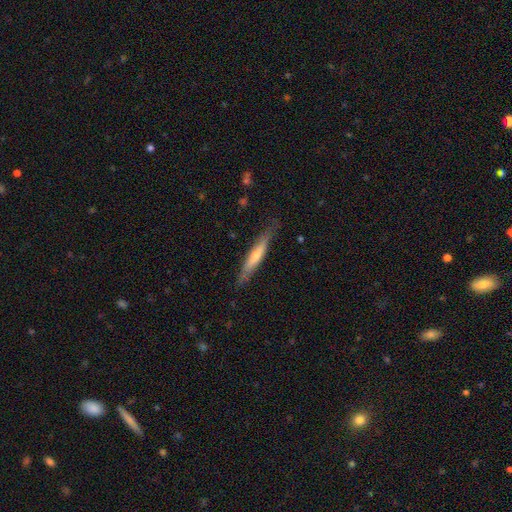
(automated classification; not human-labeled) The model was most divided on "smooth or featured": featured or disk: 49%, smooth: 46%, star or artifact: 6%. More confident: merging — none (83%).